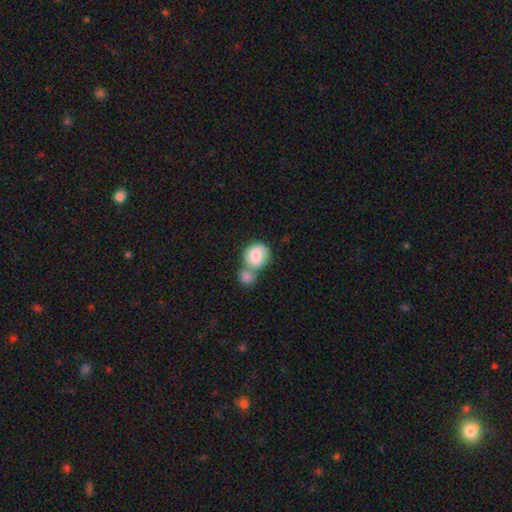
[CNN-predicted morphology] type=smooth (79%); roundness=round (80%); merging=merger (61%).